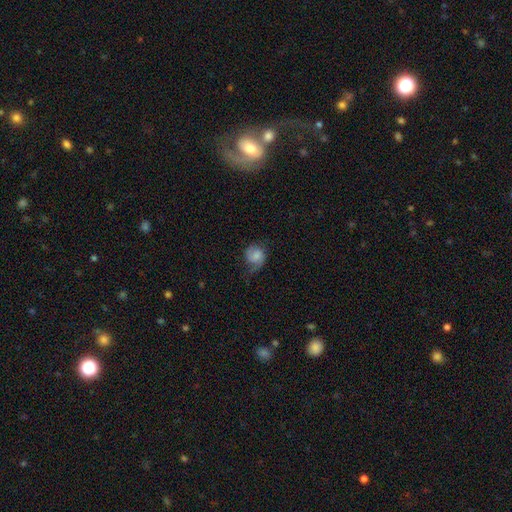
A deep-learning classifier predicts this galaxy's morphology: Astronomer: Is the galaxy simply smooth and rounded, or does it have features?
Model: smooth — 53% (runner-up: featured or disk, 39%).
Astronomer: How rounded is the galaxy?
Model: round — 63%.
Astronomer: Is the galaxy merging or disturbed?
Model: none — 44% (runner-up: minor disturbance, 33%).